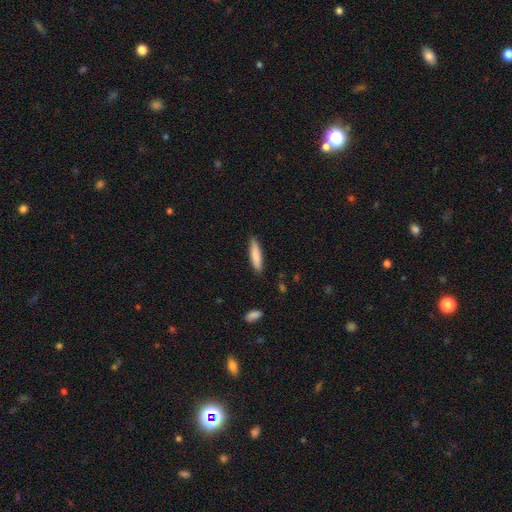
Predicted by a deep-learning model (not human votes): A smooth galaxy with no disk features (83%) that is cigar-shaped (82%). Merging: none (87%).